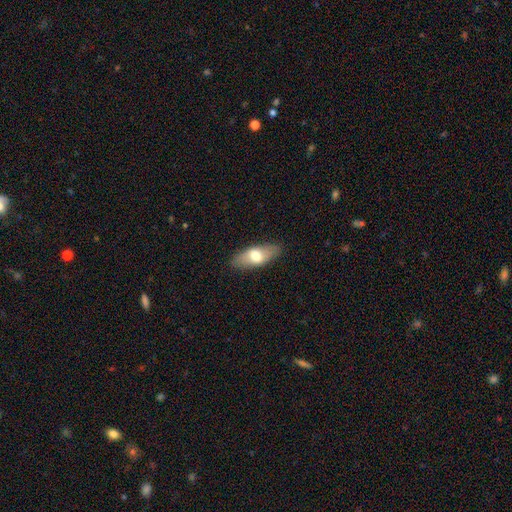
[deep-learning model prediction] A smooth galaxy with no disk features (62%) that is in between round and cigar-shaped (77%). Merging: none (86%).